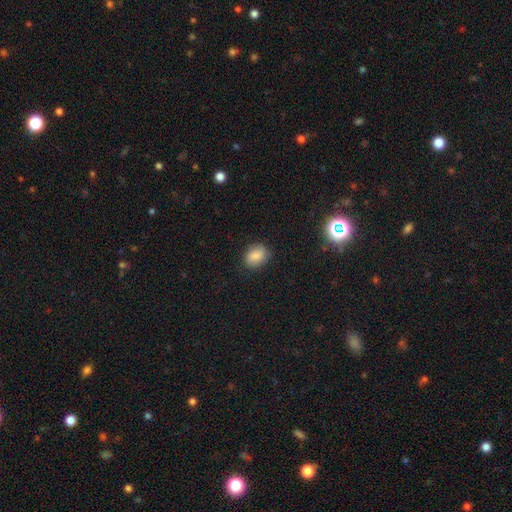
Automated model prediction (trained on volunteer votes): This is clearly a smooth galaxy (86%). How rounded: likely in between (66%). Merging: clearly none (83%).